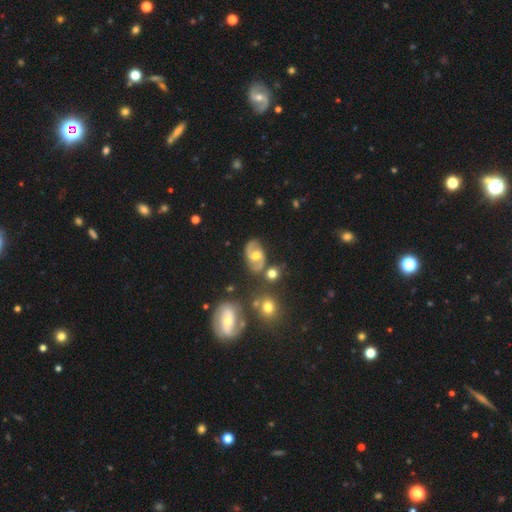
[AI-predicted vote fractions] featured or disk 79%, smooth 14%, star or artifact 6%. Down the decision tree: edge-on disk — no (97%); bar — no (52%); spiral arms — yes (89%); spiral arm count — 2 (91%); spiral winding — medium (52%); bulge size — moderate (75%); merging — none (76%).